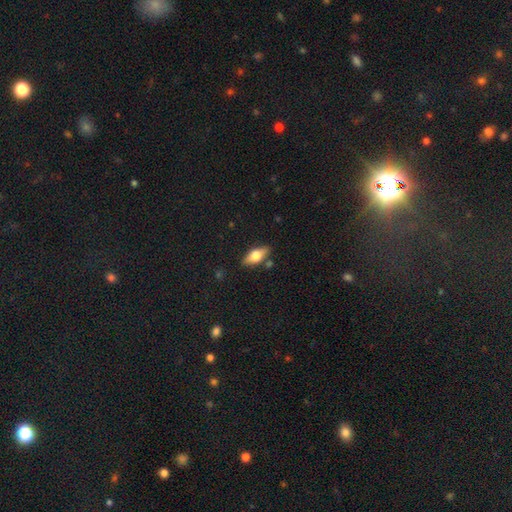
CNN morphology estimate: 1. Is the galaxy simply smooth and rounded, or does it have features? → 58% smooth, 35% featured or disk, 7% star or artifact.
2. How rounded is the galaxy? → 77% in between, 19% cigar-shaped, 4% round.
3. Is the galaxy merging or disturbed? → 81% none, 12% minor disturbance, 4% merger, 3% major disturbance.